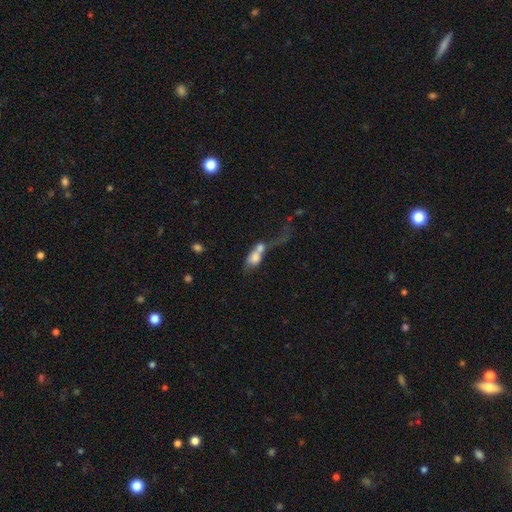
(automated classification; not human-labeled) Overall: smooth (63%; featured or disk 27%). How rounded: in between (64%; round 27%). Merging: merger (67%).